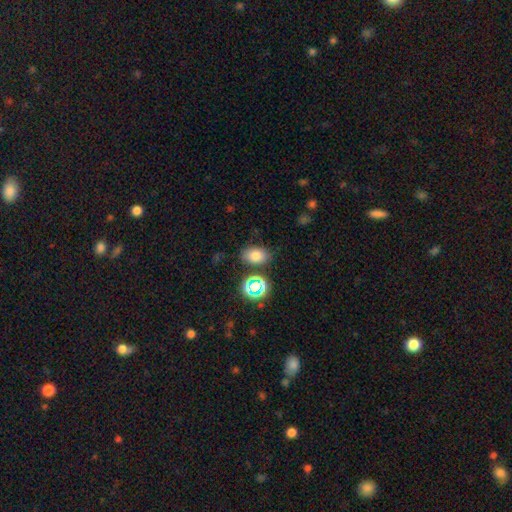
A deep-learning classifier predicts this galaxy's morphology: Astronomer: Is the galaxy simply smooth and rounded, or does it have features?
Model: smooth — 74%.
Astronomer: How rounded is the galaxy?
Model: in between — 79%.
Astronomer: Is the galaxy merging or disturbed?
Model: none — 78%.